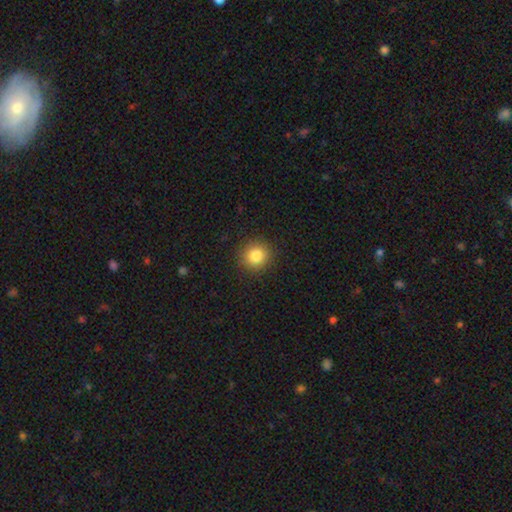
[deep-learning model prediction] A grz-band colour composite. It shows a smooth galaxy with no disk features (84%) that is round (92%). Merging: none (91%).